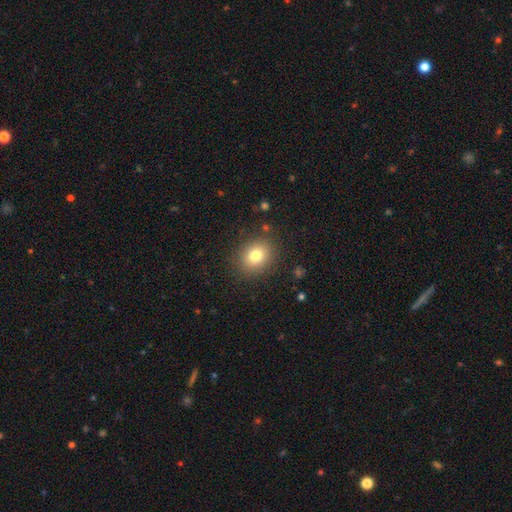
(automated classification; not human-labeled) Morphology: type=smooth (79%); roundness=round (58%); merging=none (86%).